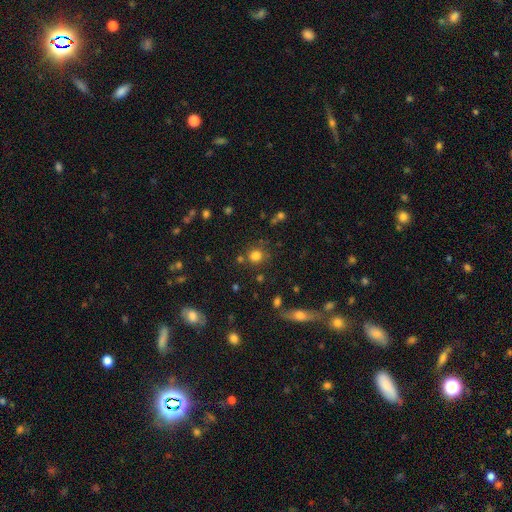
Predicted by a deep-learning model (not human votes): Morphology: type=smooth (78%); roundness=round (87%); merging=none (76%).